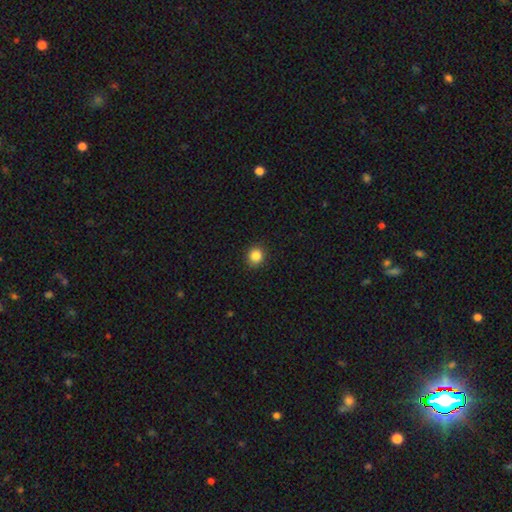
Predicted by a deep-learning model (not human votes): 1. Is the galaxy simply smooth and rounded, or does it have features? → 85% smooth, 11% star or artifact, 4% featured or disk.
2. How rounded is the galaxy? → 87% round, 12% in between, 1% cigar-shaped.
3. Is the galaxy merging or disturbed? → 92% none, 6% minor disturbance, 2% major disturbance, 1% merger.